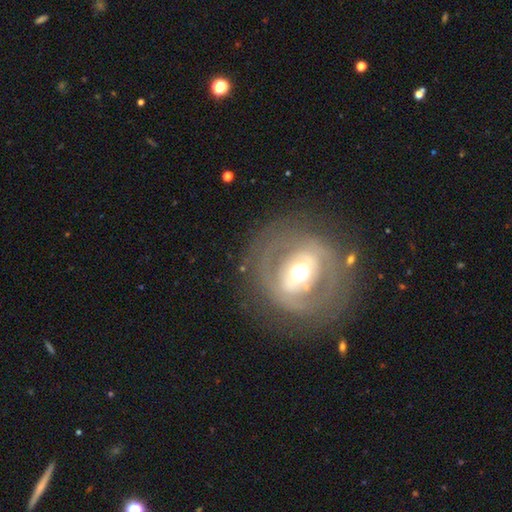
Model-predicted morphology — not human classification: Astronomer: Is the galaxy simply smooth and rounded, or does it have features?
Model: featured or disk — 73%.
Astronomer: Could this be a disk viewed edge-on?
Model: no — 89%.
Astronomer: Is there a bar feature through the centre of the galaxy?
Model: strong — 52% (runner-up: weak, 29%).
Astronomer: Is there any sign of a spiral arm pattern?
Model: no — 61% (runner-up: yes, 39%).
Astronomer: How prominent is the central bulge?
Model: moderate — 63%.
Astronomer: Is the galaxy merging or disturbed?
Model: none — 79%.